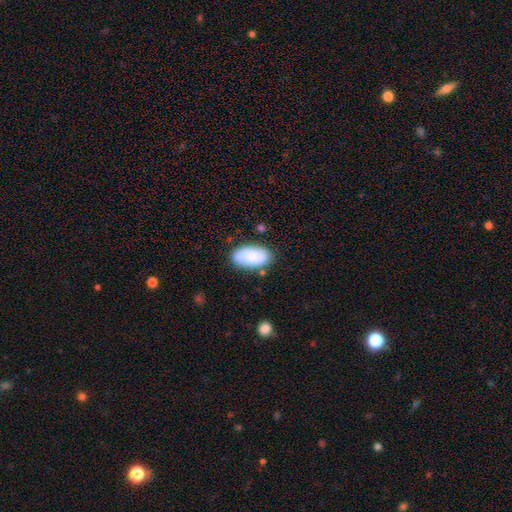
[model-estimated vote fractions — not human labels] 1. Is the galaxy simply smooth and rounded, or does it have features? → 85% smooth, 8% featured or disk, 6% star or artifact.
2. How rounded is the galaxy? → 94% in between, 3% round, 3% cigar-shaped.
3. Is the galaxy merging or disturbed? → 79% none, 14% minor disturbance, 3% major disturbance, 3% merger.